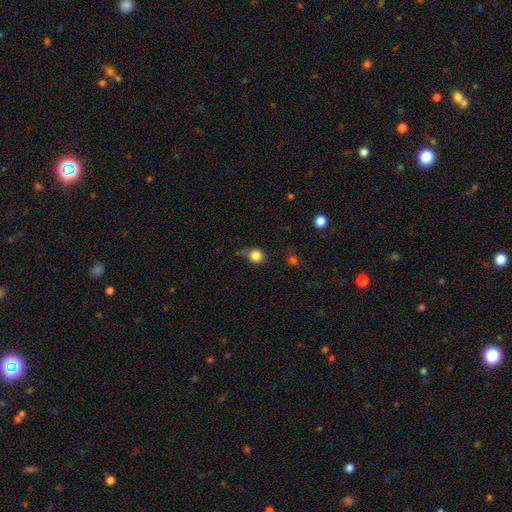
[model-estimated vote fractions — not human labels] Smooth or featured: smooth — 84% (star or artifact — 12%)
How rounded: round — 88% (in between — 11%)
Merging: none — 76% (minor disturbance — 16%)